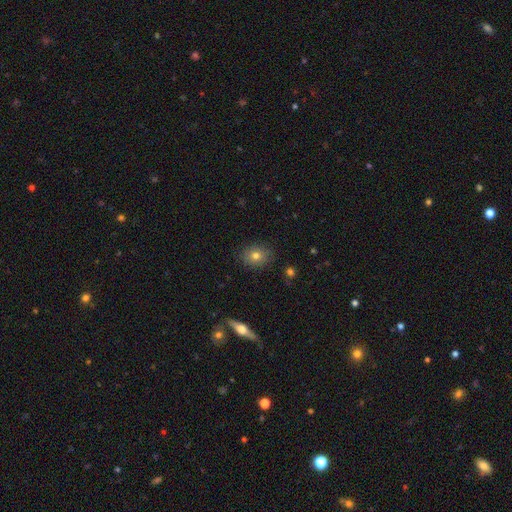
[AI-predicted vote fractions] Smooth or featured?
  - smooth: 76% *
  - featured or disk: 12%
  - star or artifact: 12%
How rounded?
  - round: 61% *
  - in between: 38%
  - cigar-shaped: 1%
Merging?
  - none: 87% *
  - minor disturbance: 9%
  - major disturbance: 2%
  - merger: 1%